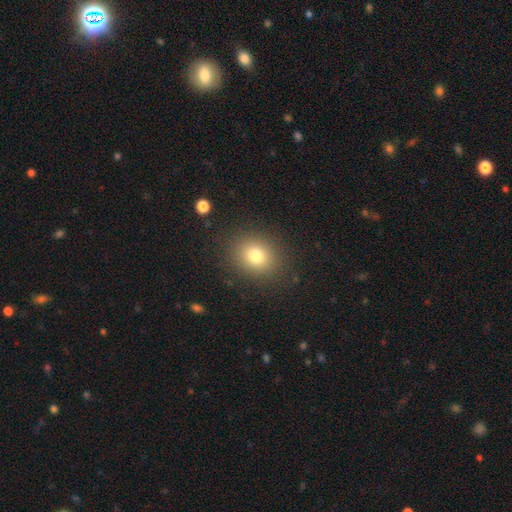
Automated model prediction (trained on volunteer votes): smooth 77%, star or artifact 13%, featured or disk 10%. Down the decision tree: how rounded — round (68%); merging — none (87%).